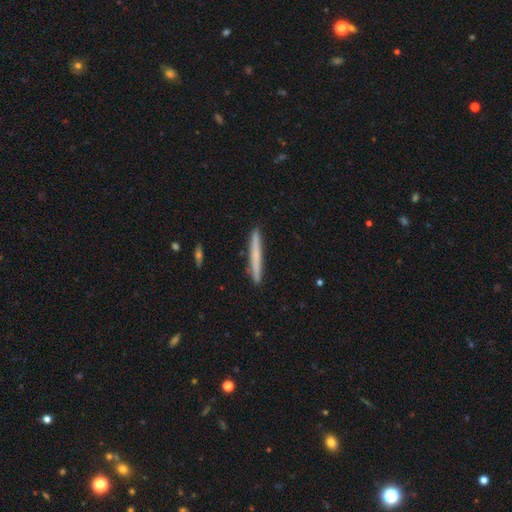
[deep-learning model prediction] Smooth or featured: smooth — 60% (featured or disk — 34%)
How rounded: cigar-shaped — 97% (in between — 2%)
Merging: none — 92% (minor disturbance — 6%)